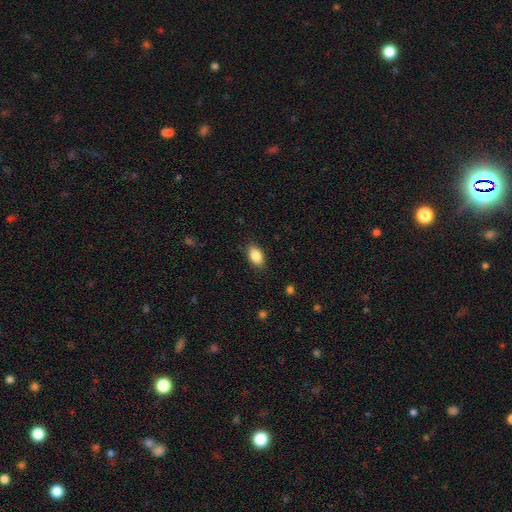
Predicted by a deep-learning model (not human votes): Smooth or featured: smooth — 86% (star or artifact — 8%)
How rounded: in between — 90% (round — 8%)
Merging: none — 86% (minor disturbance — 10%)